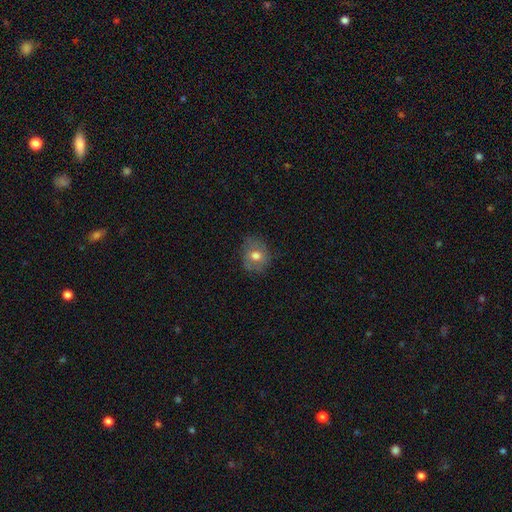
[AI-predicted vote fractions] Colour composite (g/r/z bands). It shows a smooth galaxy with no disk features (64%) that is round (64%). Merging: none (73%).